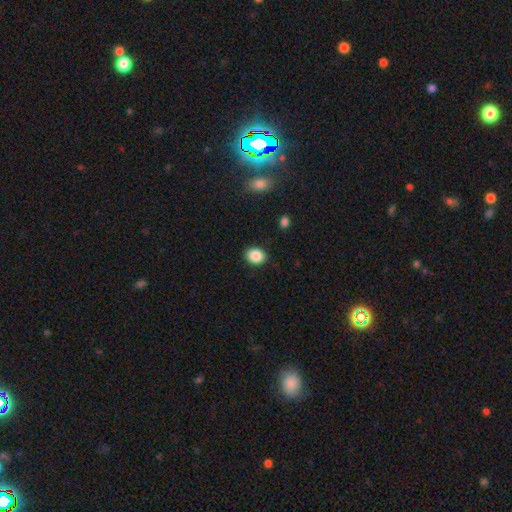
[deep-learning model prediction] Smooth or featured: smooth — 87% (star or artifact — 9%)
How rounded: round — 54% (in between — 46%)
Merging: none — 88% (minor disturbance — 9%)